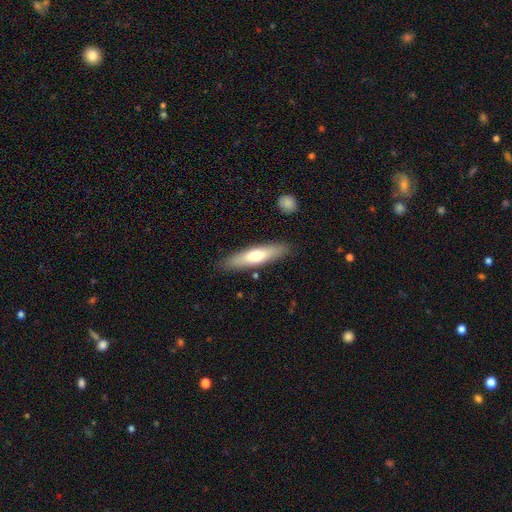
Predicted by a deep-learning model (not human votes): smooth-or-featured: smooth: 61% | featured or disk: 34% | star or artifact: 5%
  how-rounded: cigar-shaped: 78% | in between: 21% | round: 1%
  merging: none: 87% | minor disturbance: 10% | major disturbance: 2% | merger: 2%